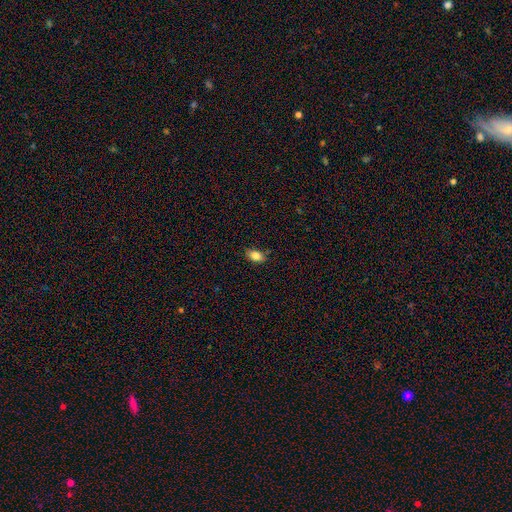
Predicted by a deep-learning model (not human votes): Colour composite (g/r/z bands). It shows a smooth galaxy with no disk features (84%) that is in between round and cigar-shaped (87%). Merging: none (82%).